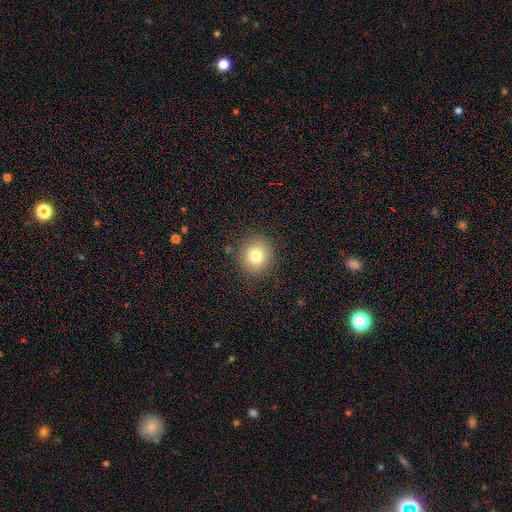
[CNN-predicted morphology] Q: Smooth or featured?
A: smooth (78%); runner-up: star or artifact (12%)
Q: How rounded?
A: round (89%); runner-up: in between (10%)
Q: Merging?
A: none (88%); runner-up: minor disturbance (8%)